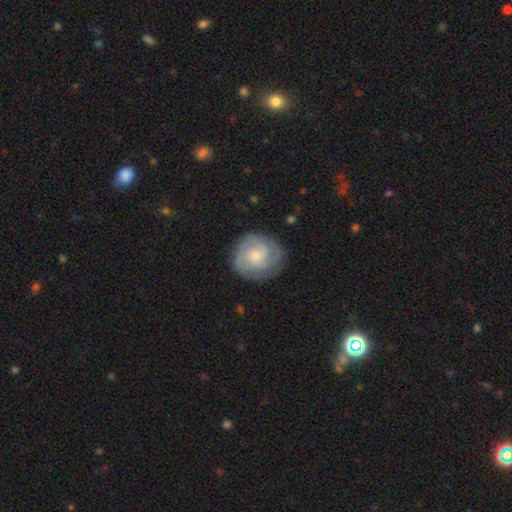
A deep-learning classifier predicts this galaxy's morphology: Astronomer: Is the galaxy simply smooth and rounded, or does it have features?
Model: featured or disk — 73%.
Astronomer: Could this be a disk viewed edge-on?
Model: no — 98%.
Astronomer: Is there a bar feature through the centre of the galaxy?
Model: no — 72%.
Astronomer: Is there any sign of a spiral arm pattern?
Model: yes — 94%.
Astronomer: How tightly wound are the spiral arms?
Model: tight — 67%.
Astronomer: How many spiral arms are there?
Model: can't tell — 28% (runner-up: 2, 27%).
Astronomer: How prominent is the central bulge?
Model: small — 57%.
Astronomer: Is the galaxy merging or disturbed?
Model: none — 80%.